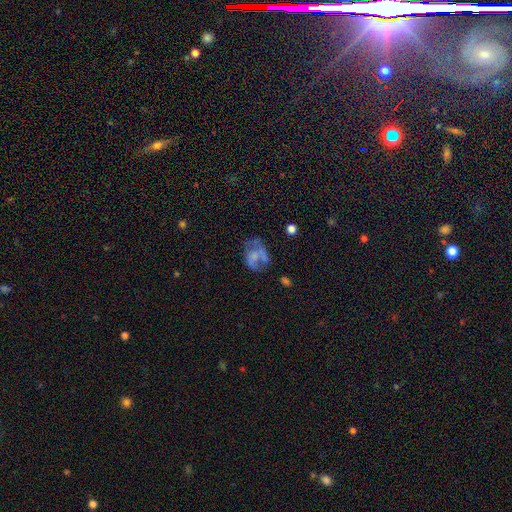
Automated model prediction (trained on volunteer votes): Overall: featured or disk (50%; smooth 38%). Merging: none (35%; major disturbance 33%).